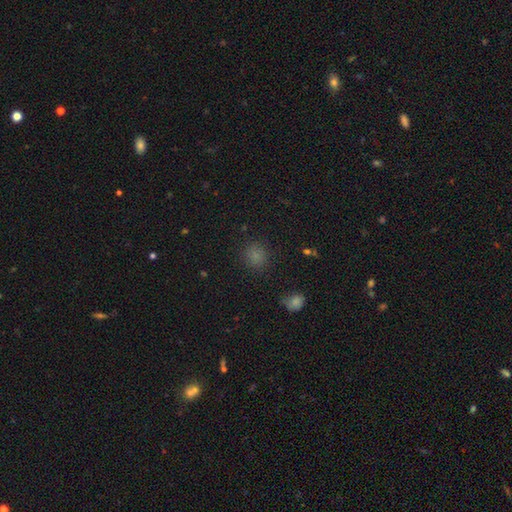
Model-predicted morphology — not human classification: smooth 78%, star or artifact 17%, featured or disk 5%. Down the decision tree: how rounded — round (86%); merging — none (86%).